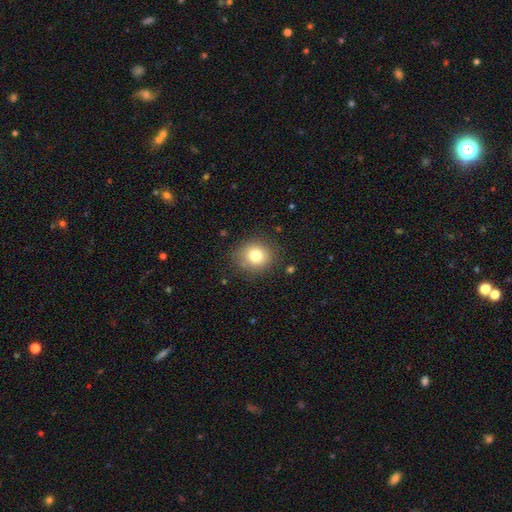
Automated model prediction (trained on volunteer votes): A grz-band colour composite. It shows a smooth galaxy with no disk features (78%) that is round (80%). Merging: none (85%).